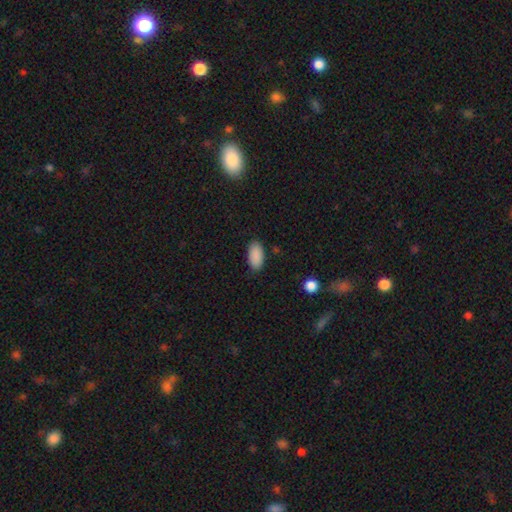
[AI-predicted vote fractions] Smooth or featured?
  - smooth: 90% *
  - star or artifact: 7%
  - featured or disk: 3%
How rounded?
  - in between: 93% *
  - cigar-shaped: 4%
  - round: 2%
Merging?
  - none: 86% *
  - minor disturbance: 11%
  - major disturbance: 2%
  - merger: 1%